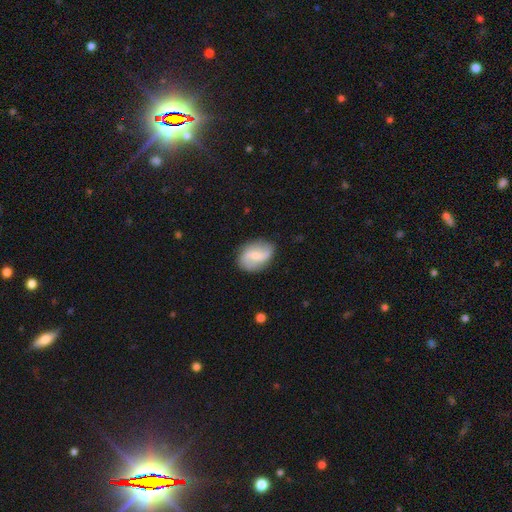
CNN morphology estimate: Q: Smooth or featured?
A: featured or disk (63%); runner-up: smooth (30%)
Q: Edge-on disk?
A: no (97%); runner-up: yes (3%)
Q: Bar?
A: weak (51%); runner-up: no (27%)
Q: Spiral arms?
A: yes (90%); runner-up: no (10%)
Q: Spiral winding?
A: loose (69%); runner-up: medium (23%)
Q: Spiral arm count?
A: 2 (89%); runner-up: can't tell (5%)
Q: Bulge size?
A: small (52%); runner-up: moderate (28%)
Q: Merging?
A: none (80%); runner-up: minor disturbance (14%)